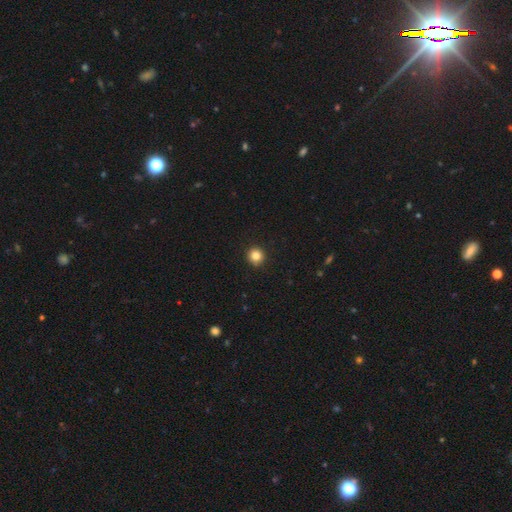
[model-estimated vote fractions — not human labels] smooth 84%, star or artifact 11%, featured or disk 4%. Down the decision tree: how rounded — round (94%); merging — none (92%).